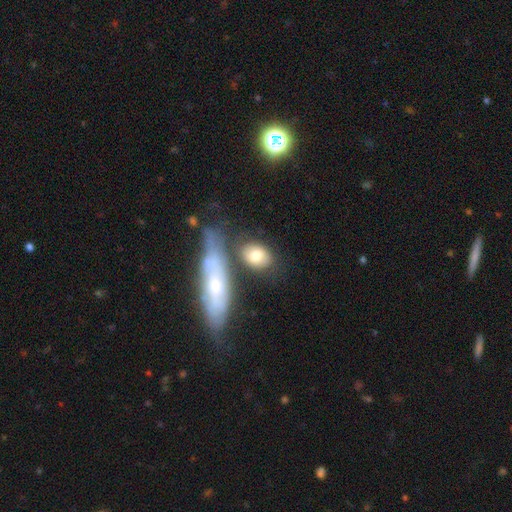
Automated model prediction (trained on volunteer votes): This appears to be a smooth galaxy with no disk features (75%) that is in between round and cigar-shaped (73%). Merging: none (63%).